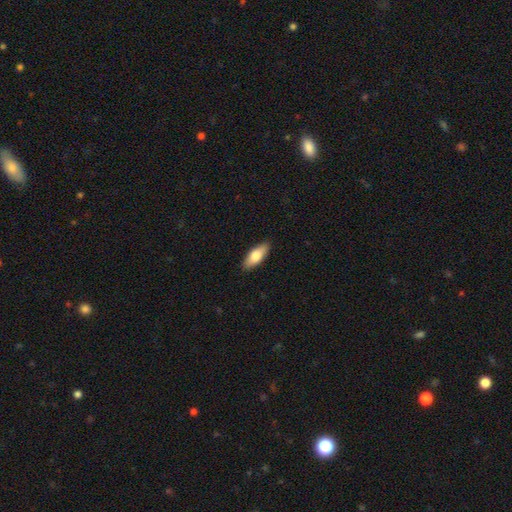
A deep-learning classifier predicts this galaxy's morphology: The model was most divided on "how rounded": in between: 73%, cigar-shaped: 25%, round: 2%. More confident: merging — none (89%); smooth or featured — smooth (76%).